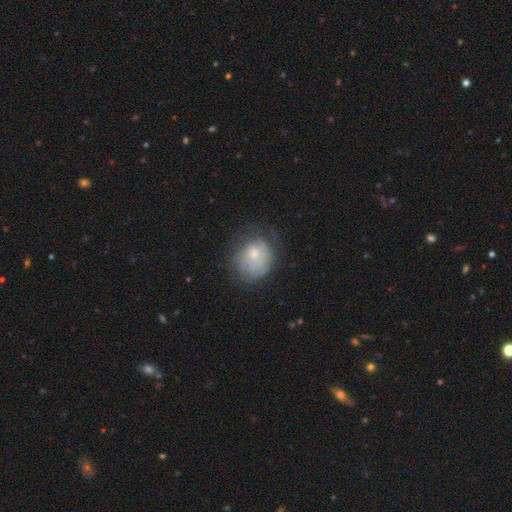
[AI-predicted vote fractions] Overall: smooth (51%; featured or disk 40%). How rounded: round (69%; in between 30%). Merging: none (56%; minor disturbance 26%).